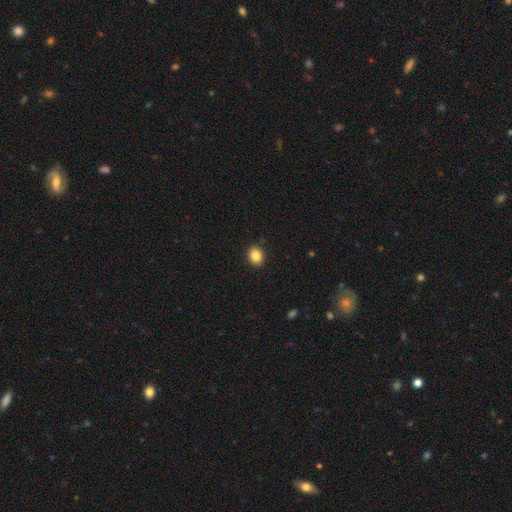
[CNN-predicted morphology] Q: Smooth or featured?
A: smooth (86%); runner-up: star or artifact (10%)
Q: How rounded?
A: round (58%); runner-up: in between (41%)
Q: Merging?
A: none (90%); runner-up: minor disturbance (7%)